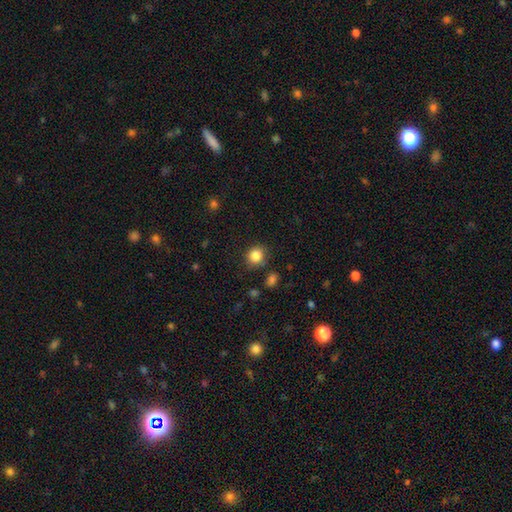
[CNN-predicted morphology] smooth 85%, star or artifact 10%, featured or disk 5%. Down the decision tree: how rounded — round (82%); merging — none (80%).